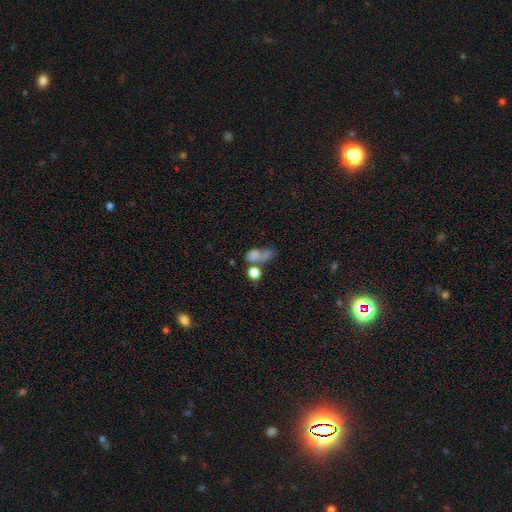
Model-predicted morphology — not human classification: Smooth or featured: smooth — 69% (featured or disk — 16%)
How rounded: in between — 55% (round — 40%)
Merging: merger — 45% (none — 25%)